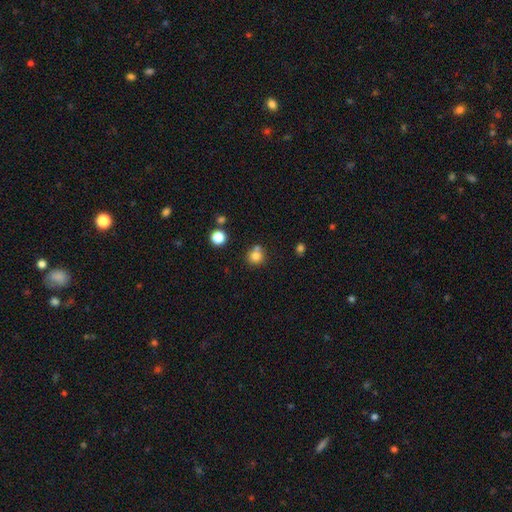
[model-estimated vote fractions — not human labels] Morphology: type=smooth (80%); roundness=round (90%); merging=none (65%).